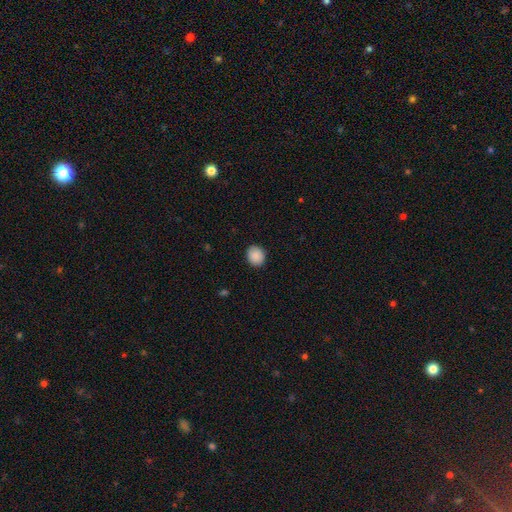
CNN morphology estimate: The model was most divided on "how rounded": round: 75%, in between: 24%, cigar-shaped: 1%. More confident: merging — none (90%); smooth or featured — smooth (89%).